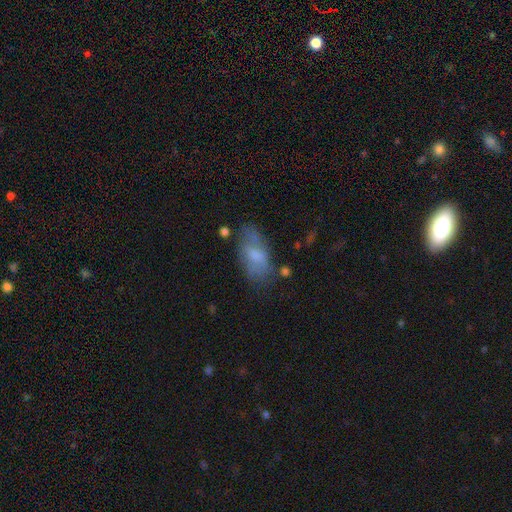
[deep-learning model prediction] Q: Smooth or featured?
A: smooth (62%); runner-up: featured or disk (30%)
Q: How rounded?
A: in between (89%); runner-up: cigar-shaped (7%)
Q: Merging?
A: none (54%); runner-up: minor disturbance (28%)